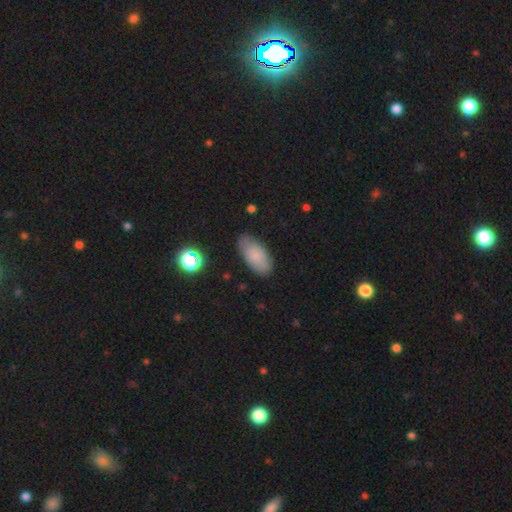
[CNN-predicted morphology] This appears to be a smooth galaxy with no disk features (81%) that is in between round and cigar-shaped (92%). Merging: none (80%).